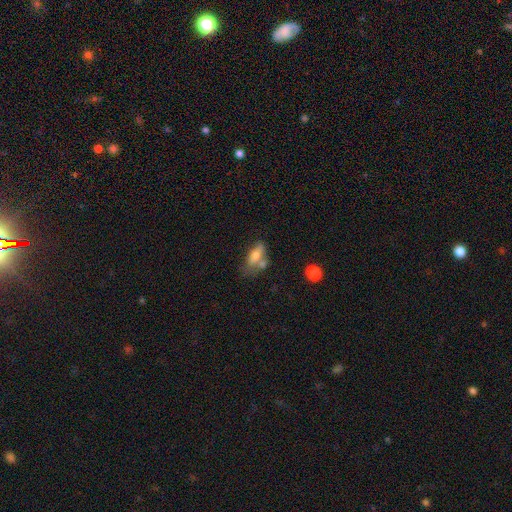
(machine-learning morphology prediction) Smooth or featured?
  - smooth: 65% *
  - featured or disk: 27%
  - star or artifact: 8%
How rounded?
  - in between: 74% *
  - cigar-shaped: 22%
  - round: 5%
Merging?
  - none: 37% *
  - merger: 31%
  - minor disturbance: 21%
  - major disturbance: 11%